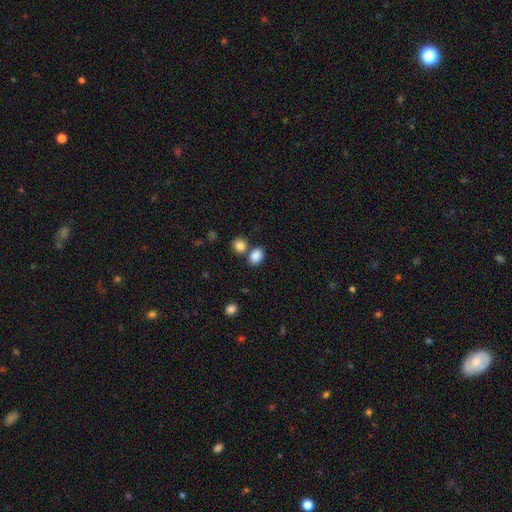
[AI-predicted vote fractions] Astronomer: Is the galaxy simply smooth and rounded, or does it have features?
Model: smooth — 86%.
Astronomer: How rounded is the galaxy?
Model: in between — 59% (runner-up: round, 40%).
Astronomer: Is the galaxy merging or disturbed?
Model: none — 63%.